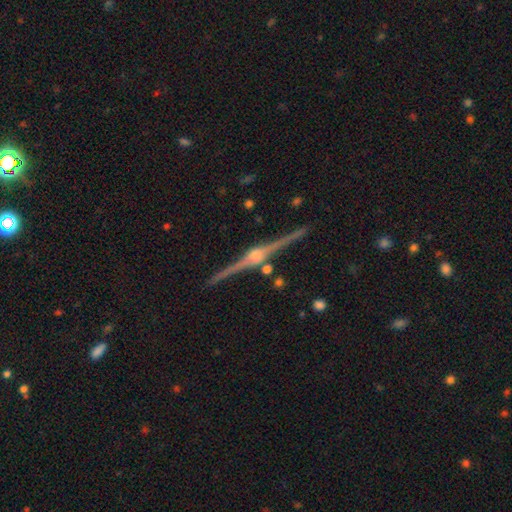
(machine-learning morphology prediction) Smooth or featured? featured or disk (92%)
Edge-on disk? yes (99%)
Edge-on bulge? rounded (94%)
Merging? none (91%)